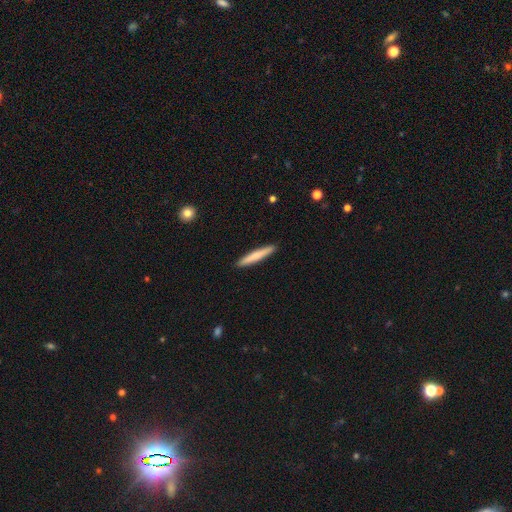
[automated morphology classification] smooth-or-featured: smooth: 69% | featured or disk: 26% | star or artifact: 5%
  how-rounded: cigar-shaped: 95% | in between: 4% | round: 1%
  merging: none: 92% | minor disturbance: 6% | major disturbance: 1% | merger: 1%